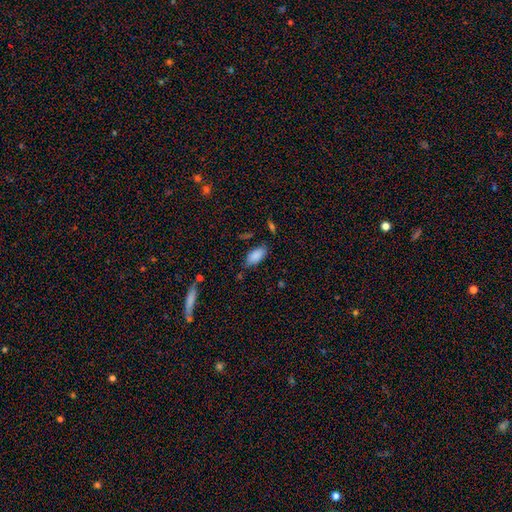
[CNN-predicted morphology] type=smooth (86%); roundness=in between (91%); merging=none (72%).